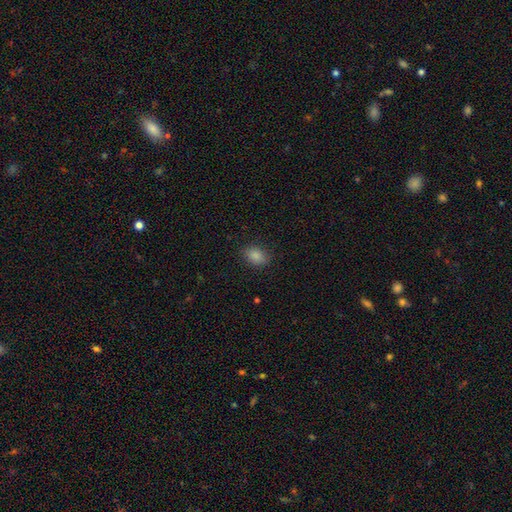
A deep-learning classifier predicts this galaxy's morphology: Overall: smooth (86%). How rounded: in between (76%). Merging: none (85%).